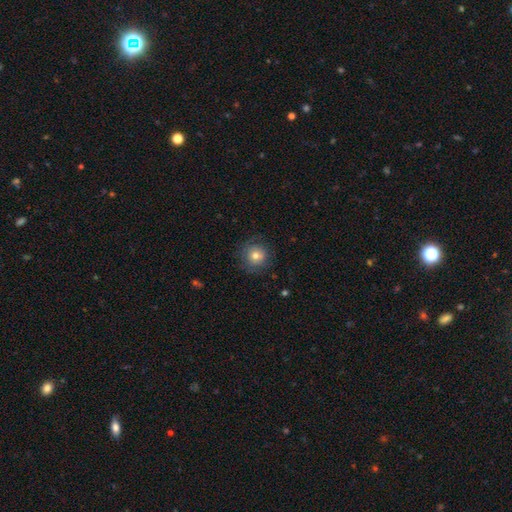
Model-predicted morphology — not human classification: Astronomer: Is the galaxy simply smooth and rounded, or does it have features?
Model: smooth — 71%.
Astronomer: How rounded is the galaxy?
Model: round — 93%.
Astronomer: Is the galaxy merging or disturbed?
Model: none — 80%.